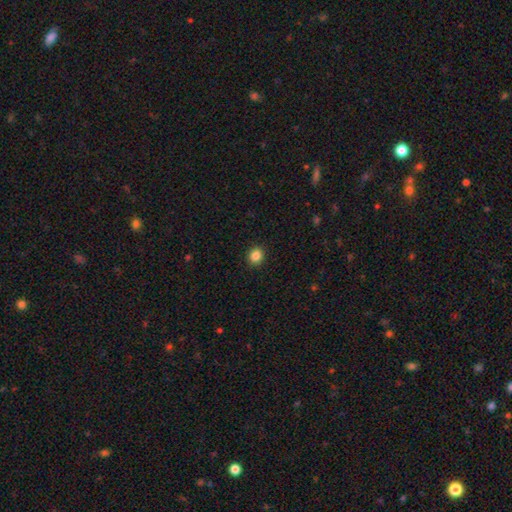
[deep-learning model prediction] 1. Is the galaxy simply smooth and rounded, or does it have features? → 86% smooth, 11% star or artifact, 3% featured or disk.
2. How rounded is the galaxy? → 78% round, 21% in between, 1% cigar-shaped.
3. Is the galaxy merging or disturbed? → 91% none, 6% minor disturbance, 2% major disturbance, 1% merger.